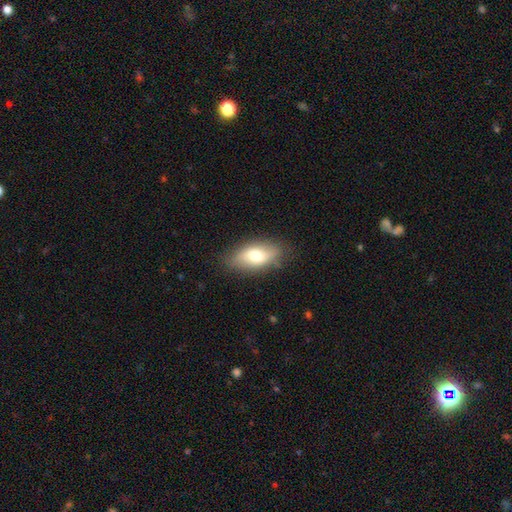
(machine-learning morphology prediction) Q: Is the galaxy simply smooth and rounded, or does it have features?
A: smooth — 70%.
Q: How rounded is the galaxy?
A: in between — 88%.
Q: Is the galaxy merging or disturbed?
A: none — 79%.